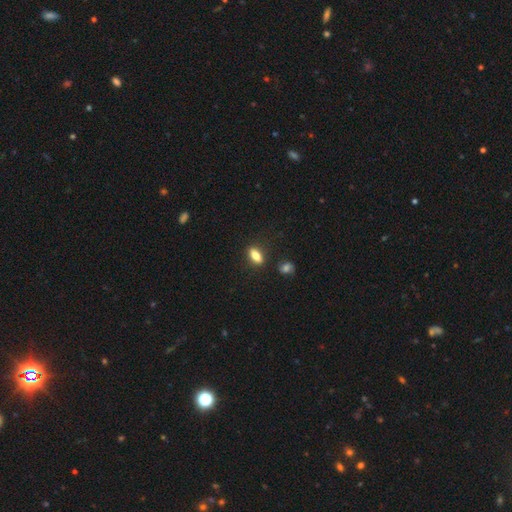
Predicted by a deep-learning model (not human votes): smooth_or_featured: smooth (p=0.79) [alt: featured or disk p=0.12]
how_rounded: in between (p=0.72) [alt: cigar-shaped p=0.22]
merging: none (p=0.82) [alt: minor disturbance p=0.11]